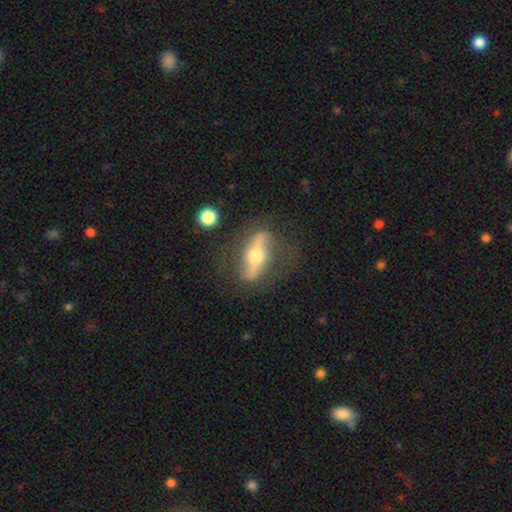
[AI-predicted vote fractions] The model was most divided on "edge-on disk": no: 63%, yes: 37%. More confident: smooth or featured — featured or disk (71%); merging — none (71%).